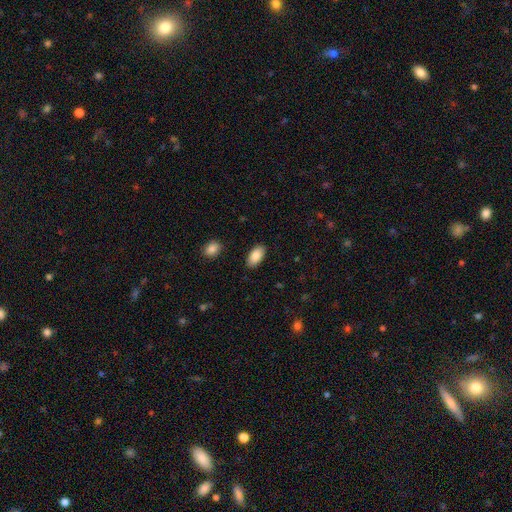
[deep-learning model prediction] This is clearly a smooth galaxy (87%). How rounded: clearly in between (95%). Merging: clearly none (88%).